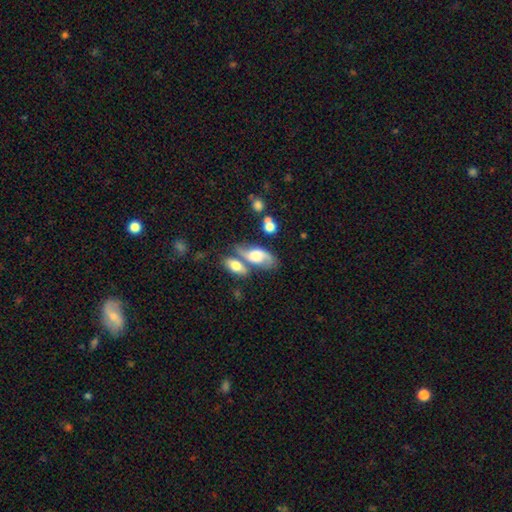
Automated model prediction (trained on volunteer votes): Q: Smooth or featured?
A: featured or disk (59%); runner-up: smooth (32%)
Q: Edge-on disk?
A: no (92%); runner-up: yes (8%)
Q: Bar?
A: no (64%); runner-up: weak (28%)
Q: Spiral arms?
A: yes (88%); runner-up: no (12%)
Q: Bulge size?
A: large (37%); runner-up: moderate (21%)
Q: Merging?
A: none (37%); runner-up: merger (36%)